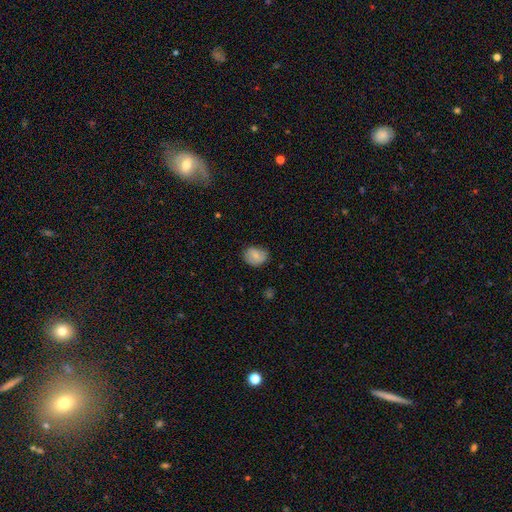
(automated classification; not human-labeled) Smooth or featured: smooth — 75% (featured or disk — 17%)
How rounded: round — 50% (in between — 49%)
Merging: none — 68% (minor disturbance — 25%)